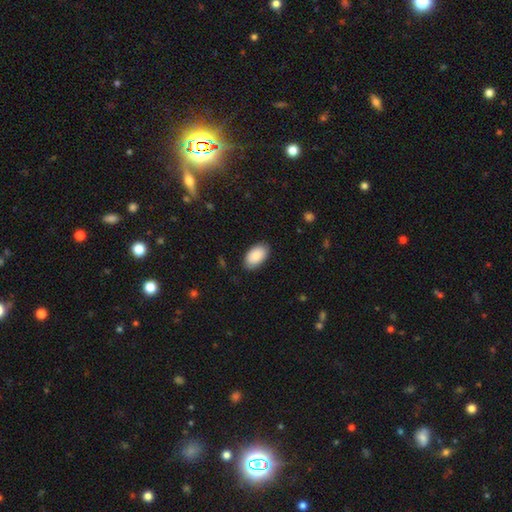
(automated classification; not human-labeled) Smooth or featured?
  - smooth: 90% *
  - star or artifact: 6%
  - featured or disk: 5%
How rounded?
  - in between: 96% *
  - round: 3%
  - cigar-shaped: 1%
Merging?
  - none: 86% *
  - minor disturbance: 11%
  - major disturbance: 2%
  - merger: 1%